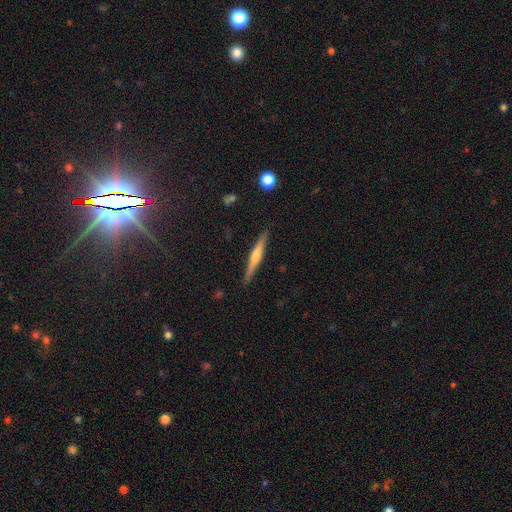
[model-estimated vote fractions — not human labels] Morphology: type=featured or disk (63%); edge-on=yes (98%); edge-on bulge=rounded (73%); merging=none (90%).